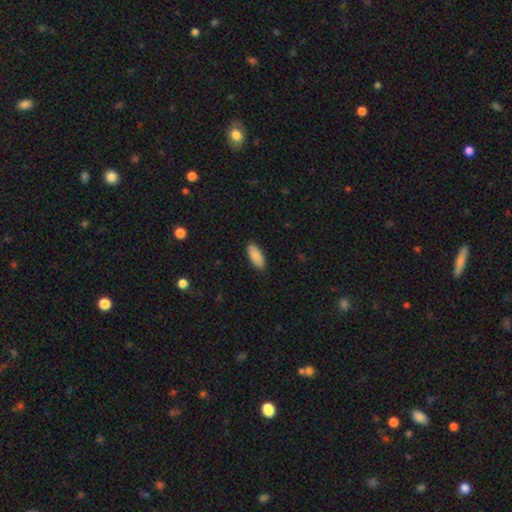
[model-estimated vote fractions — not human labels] Smooth or featured? smooth (87%)
How rounded? in between (81%)
Merging? none (89%)